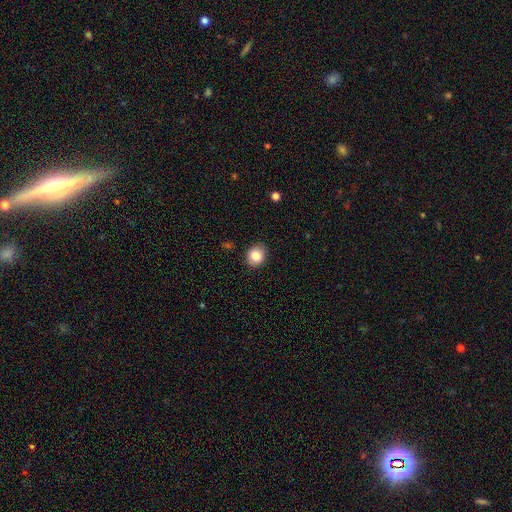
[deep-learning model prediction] This is clearly a smooth galaxy (83%). How rounded: likely round (69%). Merging: clearly none (89%).